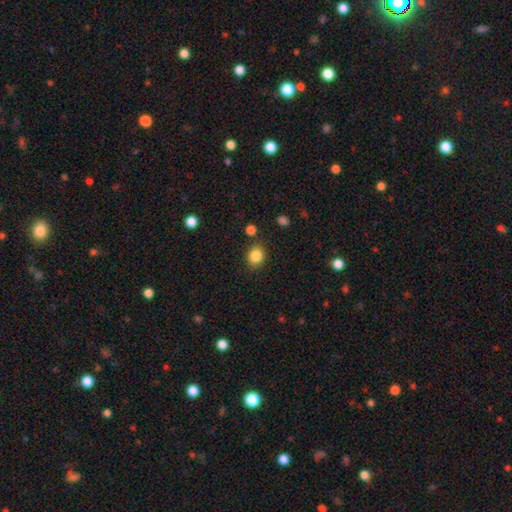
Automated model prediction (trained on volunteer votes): A smooth galaxy with no disk features (85%) that is round (70%).

Vote fractions:
- Smooth or featured? smooth: 85% / star or artifact: 11% / featured or disk: 5%
- How rounded? round: 70% / in between: 29% / cigar-shaped: 1%
- Merging? none: 83% / minor disturbance: 10% / merger: 4% / major disturbance: 3%